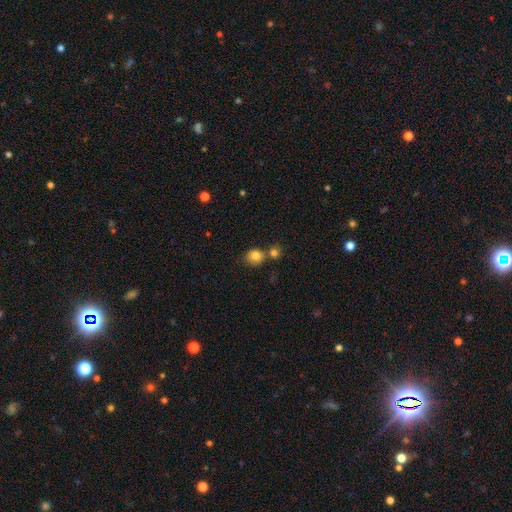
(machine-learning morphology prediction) Smooth or featured: smooth — 81% (star or artifact — 11%)
How rounded: round — 81% (in between — 18%)
Merging: none — 61% (merger — 26%)